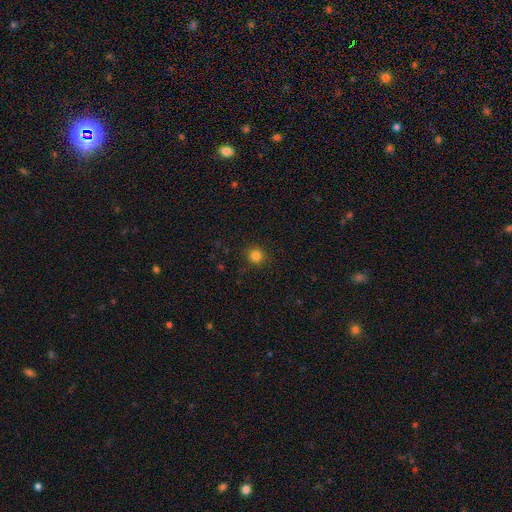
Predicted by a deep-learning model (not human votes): Smooth or featured?
  - smooth: 83% *
  - star or artifact: 13%
  - featured or disk: 5%
How rounded?
  - round: 93% *
  - in between: 6%
  - cigar-shaped: 1%
Merging?
  - none: 90% *
  - minor disturbance: 6%
  - major disturbance: 2%
  - merger: 1%